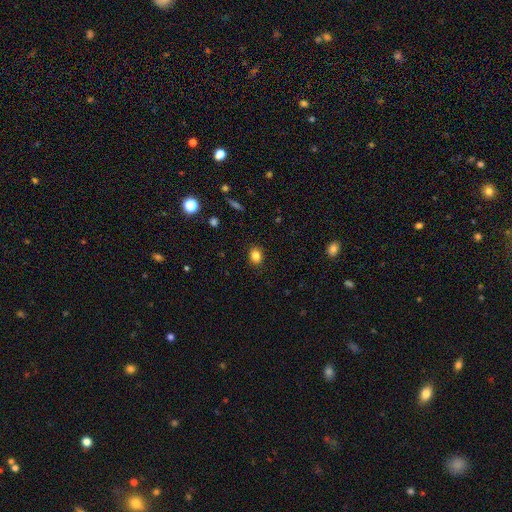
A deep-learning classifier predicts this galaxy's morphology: Overall: smooth (83%). How rounded: in between (52%; round 47%). Merging: none (89%).